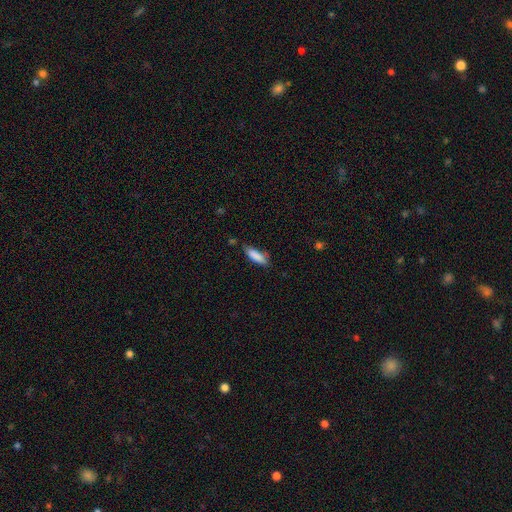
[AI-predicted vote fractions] Smooth or featured?
  - smooth: 86% *
  - featured or disk: 7%
  - star or artifact: 6%
How rounded?
  - cigar-shaped: 56% *
  - in between: 43%
  - round: 1%
Merging?
  - none: 73% *
  - minor disturbance: 20%
  - major disturbance: 4%
  - merger: 3%